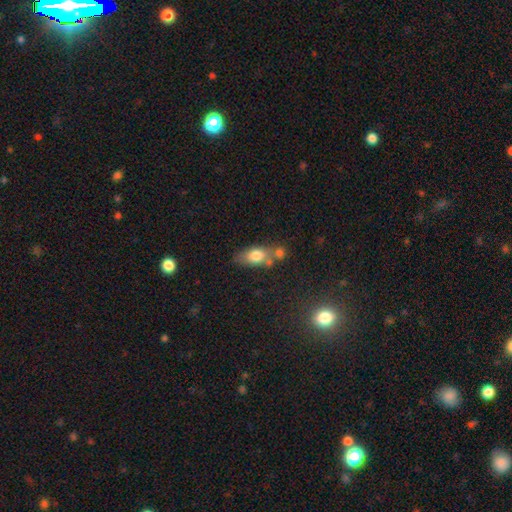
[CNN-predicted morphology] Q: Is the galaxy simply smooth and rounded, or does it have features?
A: smooth — 75%.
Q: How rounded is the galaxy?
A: in between — 79%.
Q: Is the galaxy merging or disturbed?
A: none — 47%.